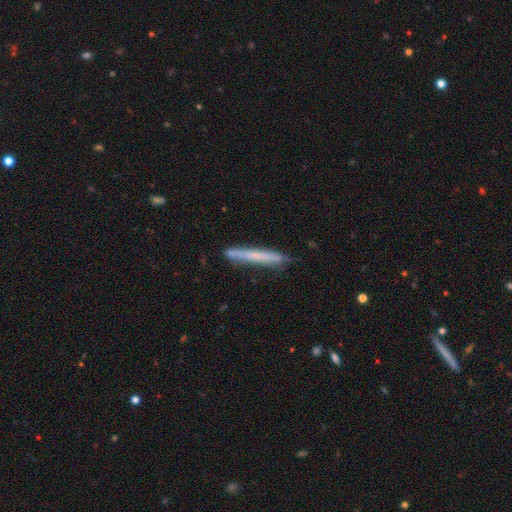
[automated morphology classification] The model was most divided on "smooth or featured": smooth: 59%, featured or disk: 34%, star or artifact: 7%. More confident: how rounded — cigar-shaped (97%); merging — none (83%).